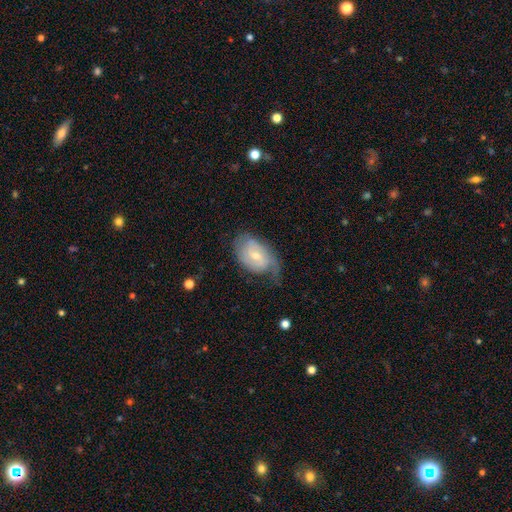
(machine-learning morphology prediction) Smooth or featured? featured or disk (64%)
Edge-on disk? no (95%)
Bar? no (47%)
Spiral arms? yes (84%)
Spiral winding? tight (39%, tied with medium)
Spiral arm count? 2 (43%)
Bulge size? small (50%)
Merging? none (45%)